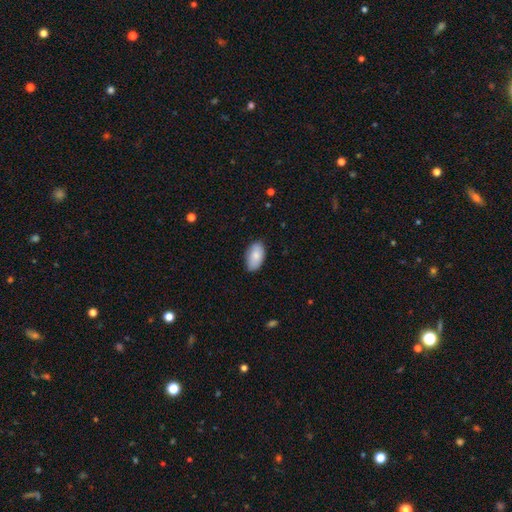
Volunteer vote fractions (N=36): smooth-or-featured: smooth: 83% | featured or disk: 14% | star or artifact: 3%
  how-rounded: in between: 100% | round: 0% | cigar-shaped: 0%
  merging: none: 77% | minor disturbance: 20% | major disturbance: 3% | merger: 0%